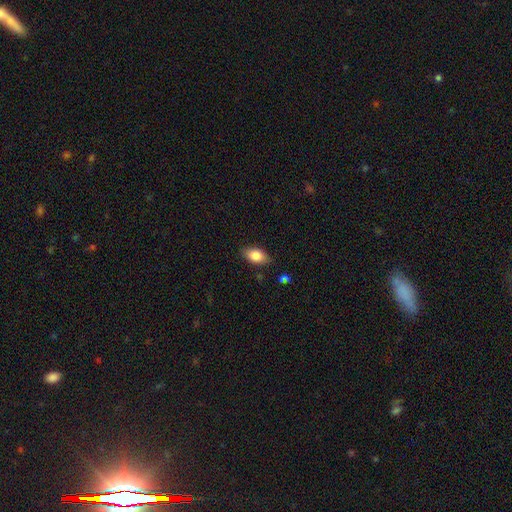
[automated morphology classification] Smooth or featured: smooth — 84% (featured or disk — 9%)
How rounded: in between — 90% (round — 7%)
Merging: none — 83% (minor disturbance — 13%)